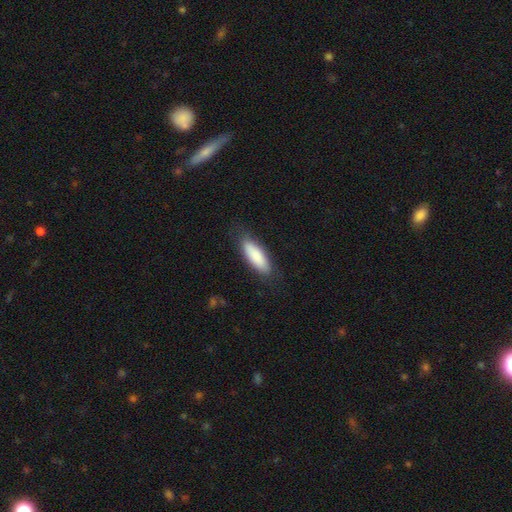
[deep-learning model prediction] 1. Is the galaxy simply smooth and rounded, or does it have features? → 85% smooth, 10% featured or disk, 6% star or artifact.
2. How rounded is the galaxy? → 57% in between, 42% cigar-shaped, 2% round.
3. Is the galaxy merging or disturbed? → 81% none, 14% minor disturbance, 4% major disturbance, 1% merger.